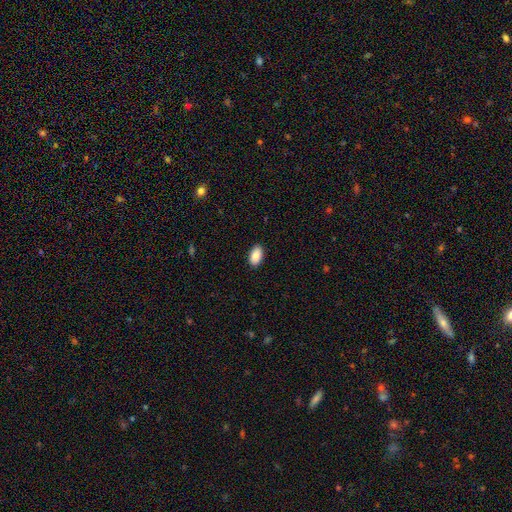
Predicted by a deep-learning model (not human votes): Morphology: type=smooth (89%); roundness=in between (94%); merging=none (90%).